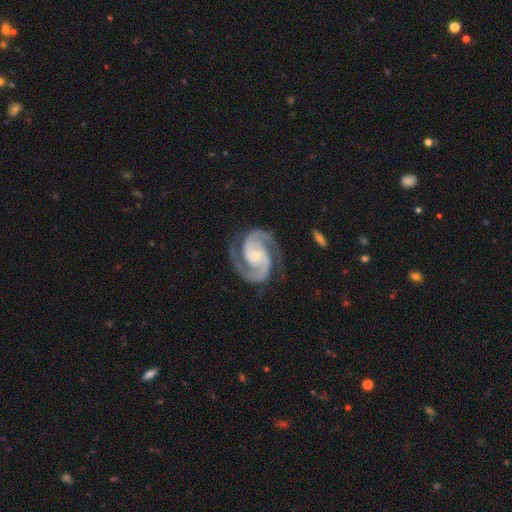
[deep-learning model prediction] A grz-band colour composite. It shows a featured or disk galaxy (94%) with no bar (54%), 2 (94%) medium (53%) spiral arms (99%) and a small central bulge (64%). Merging: none (82%).